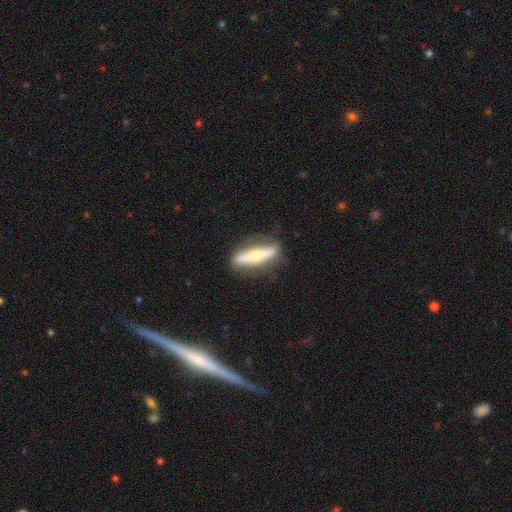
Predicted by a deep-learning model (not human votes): Q: Smooth or featured?
A: featured or disk (57%); runner-up: smooth (38%)
Q: Edge-on disk?
A: yes (78%); runner-up: no (22%)
Q: Merging?
A: none (79%); runner-up: minor disturbance (14%)